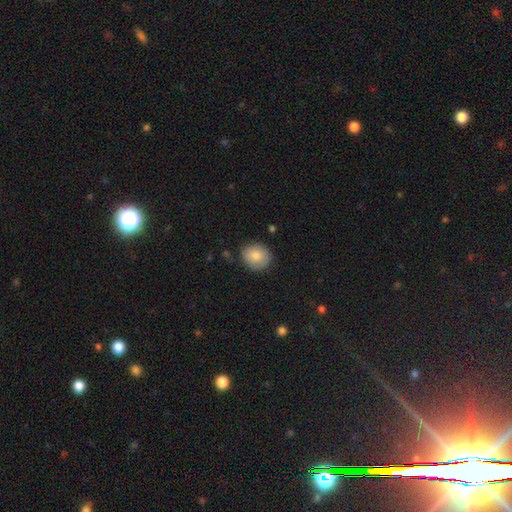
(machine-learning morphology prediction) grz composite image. It shows a smooth galaxy with no disk features (82%) that is round (79%). Merging: none (81%).